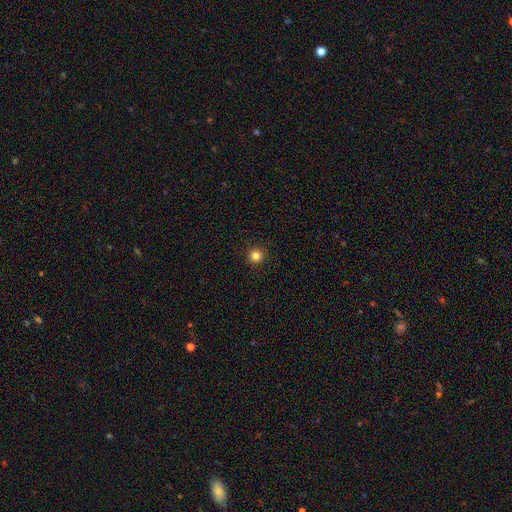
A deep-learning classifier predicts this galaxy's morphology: Smooth or featured? smooth (83%)
How rounded? round (96%)
Merging? none (93%)